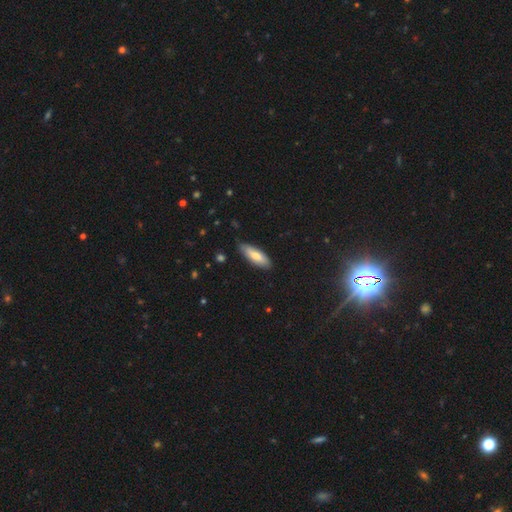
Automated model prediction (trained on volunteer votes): Overall: smooth (72%). How rounded: in between (61%; cigar-shaped 37%). Merging: none (82%).